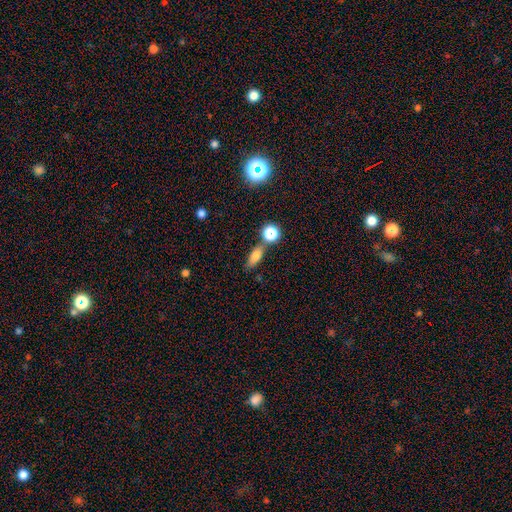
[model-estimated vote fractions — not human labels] Smooth or featured? Predicted: smooth (p=0.73). How rounded? Predicted: in between (p=0.62). Merging? Predicted: none (p=0.70).